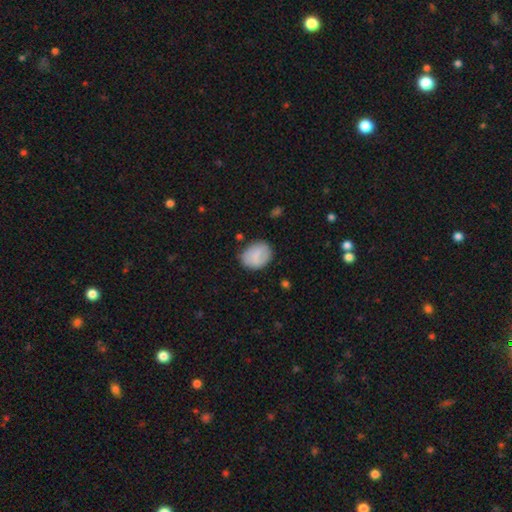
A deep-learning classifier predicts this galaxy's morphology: Q: Smooth or featured?
A: smooth (74%); runner-up: featured or disk (19%)
Q: How rounded?
A: in between (55%); runner-up: round (44%)
Q: Merging?
A: none (72%); runner-up: minor disturbance (20%)